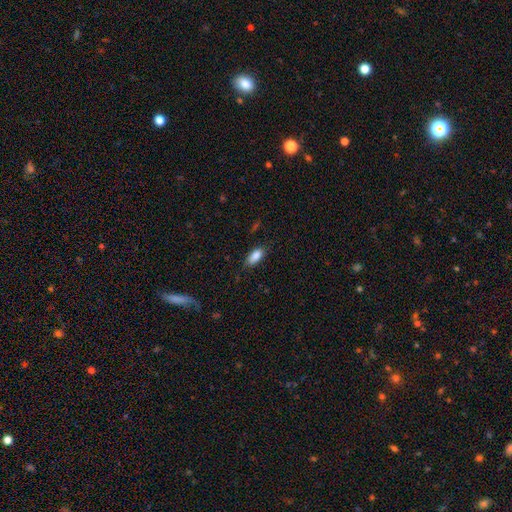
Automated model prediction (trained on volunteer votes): Smooth or featured: smooth — 86% (star or artifact — 7%)
How rounded: in between — 89% (cigar-shaped — 8%)
Merging: none — 79% (minor disturbance — 17%)